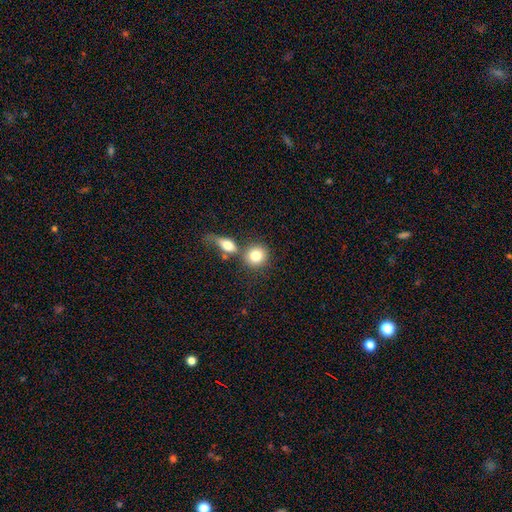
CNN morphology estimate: smooth_or_featured: smooth (p=0.80) [alt: featured or disk p=0.12]
how_rounded: round (p=0.84) [alt: in between p=0.14]
merging: none (p=0.56) [alt: merger p=0.30]